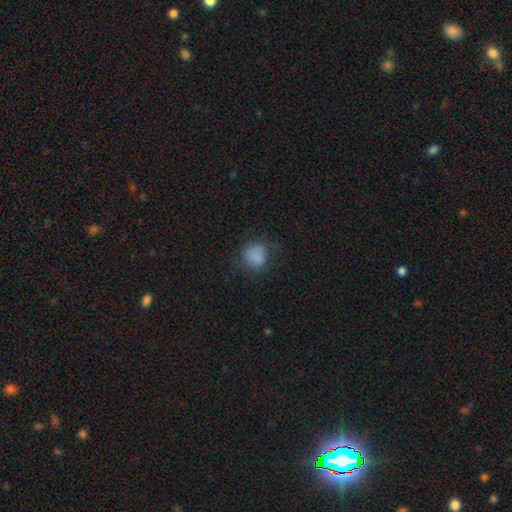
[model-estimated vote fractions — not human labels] Smooth or featured: smooth — 81% (star or artifact — 12%)
How rounded: round — 80% (in between — 19%)
Merging: none — 71% (minor disturbance — 18%)